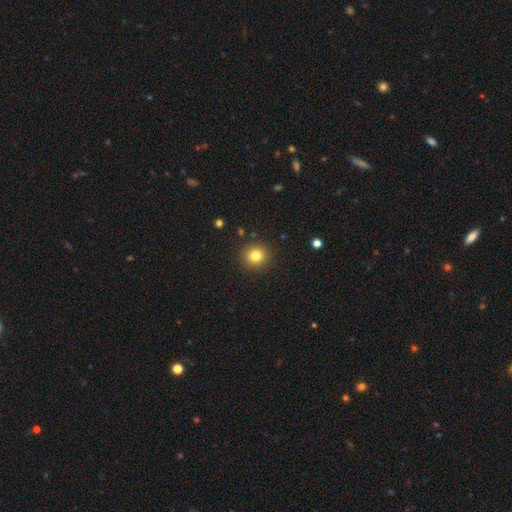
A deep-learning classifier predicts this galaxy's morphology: The model was most divided on "smooth or featured": smooth: 81%, star or artifact: 13%, featured or disk: 7%. More confident: how rounded — round (91%); merging — none (90%).